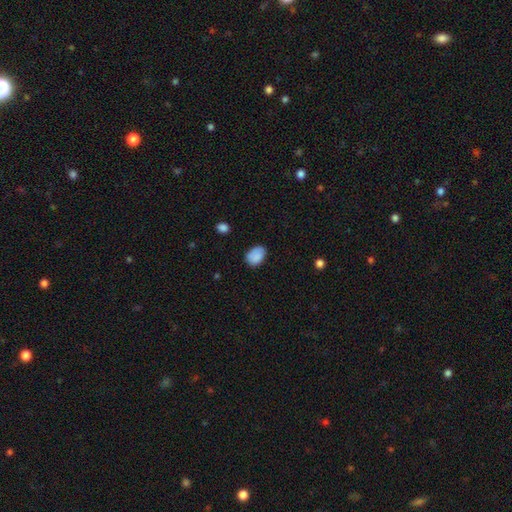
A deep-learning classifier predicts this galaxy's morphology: The model was most divided on "merging": none: 75%, minor disturbance: 20%, major disturbance: 4%, merger: 2%. More confident: smooth or featured — smooth (88%); how rounded — in between (77%).